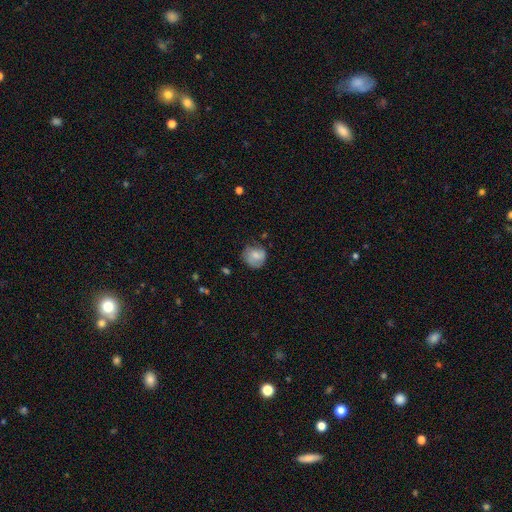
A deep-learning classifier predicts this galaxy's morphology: This is likely a smooth galaxy (67%). How rounded: clearly round (81%). Merging: likely none (62%).